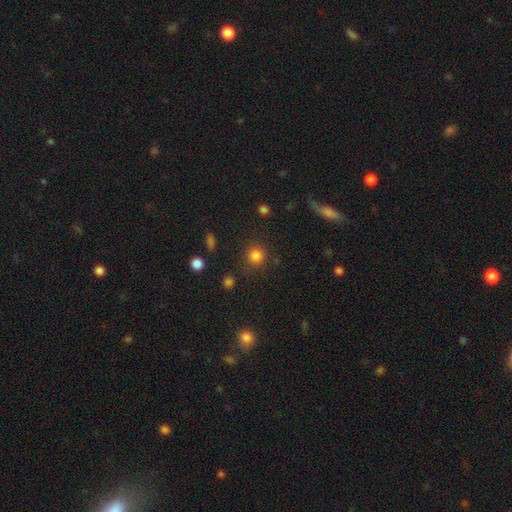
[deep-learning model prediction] smooth-or-featured: smooth: 81% | star or artifact: 14% | featured or disk: 5%
  how-rounded: round: 91% | in between: 8% | cigar-shaped: 1%
  merging: none: 84% | minor disturbance: 9% | major disturbance: 4% | merger: 3%